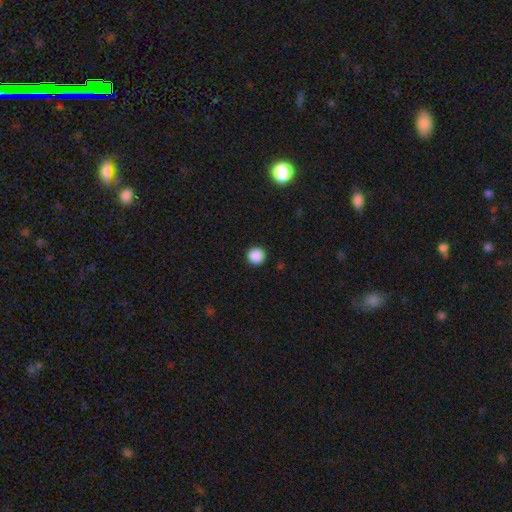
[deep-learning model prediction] Overall: smooth (88%). How rounded: round (96%). Merging: none (93%).